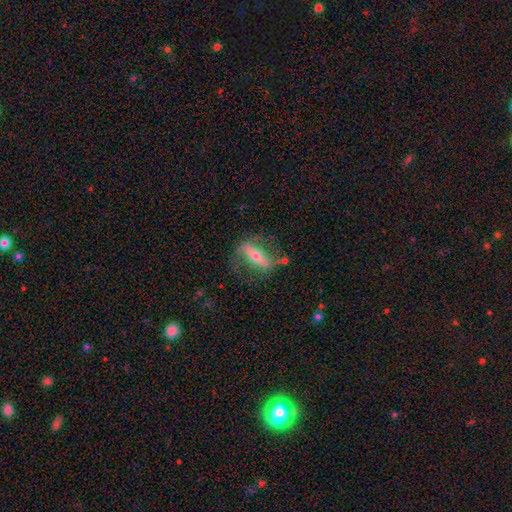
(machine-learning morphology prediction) Q: Smooth or featured?
A: featured or disk (76%); runner-up: smooth (17%)
Q: Edge-on disk?
A: no (73%); runner-up: yes (27%)
Q: Bar?
A: strong (68%); runner-up: weak (17%)
Q: Spiral arms?
A: yes (75%); runner-up: no (25%)
Q: Bulge size?
A: small (50%); runner-up: moderate (44%)
Q: Merging?
A: none (63%); runner-up: minor disturbance (19%)